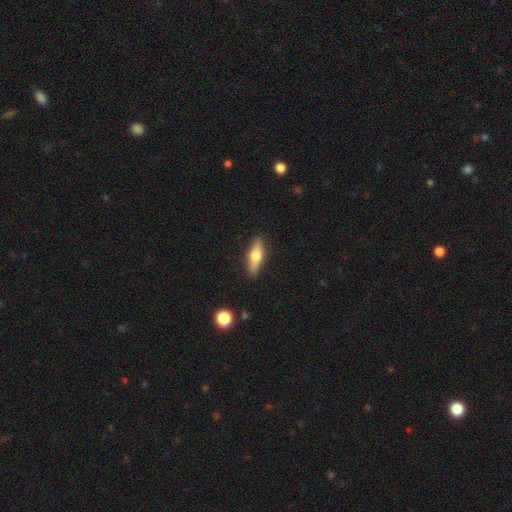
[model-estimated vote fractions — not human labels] The model was most divided on "how rounded": cigar-shaped: 52%, in between: 45%, round: 3%. More confident: merging — none (87%); smooth or featured — smooth (55%).